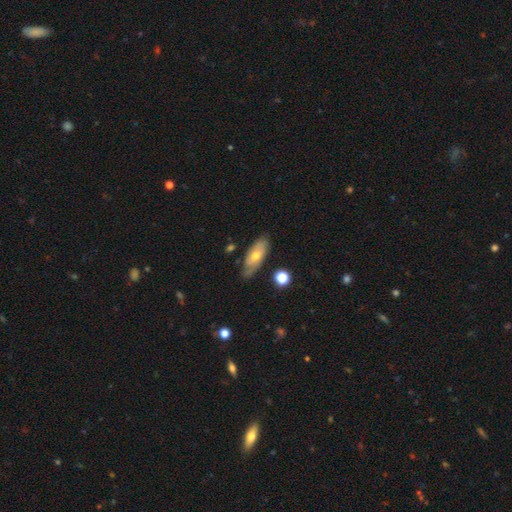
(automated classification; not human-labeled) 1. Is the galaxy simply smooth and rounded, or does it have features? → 52% smooth, 41% featured or disk, 7% star or artifact.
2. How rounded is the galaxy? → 77% in between, 20% cigar-shaped, 3% round.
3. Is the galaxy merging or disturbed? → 73% none, 20% minor disturbance, 4% major disturbance, 3% merger.